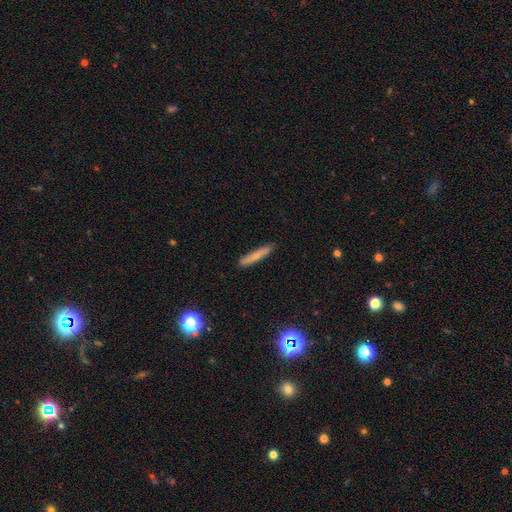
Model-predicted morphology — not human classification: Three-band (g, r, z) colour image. It shows a smooth galaxy with no disk features (72%) that is cigar-shaped (93%). Merging: none (86%).